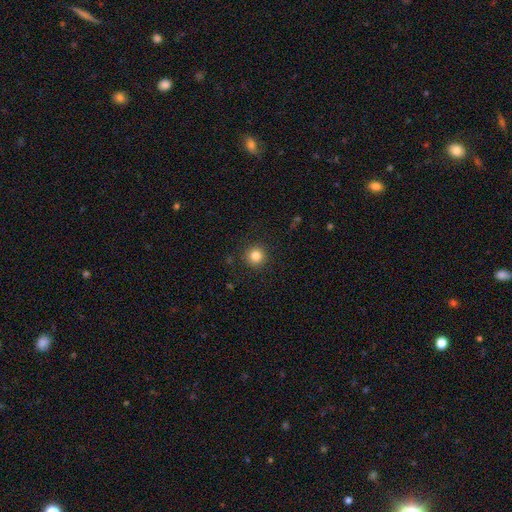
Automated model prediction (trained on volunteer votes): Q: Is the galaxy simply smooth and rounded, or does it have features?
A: smooth — 83%.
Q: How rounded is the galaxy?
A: round — 94%.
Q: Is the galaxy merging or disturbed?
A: none — 91%.